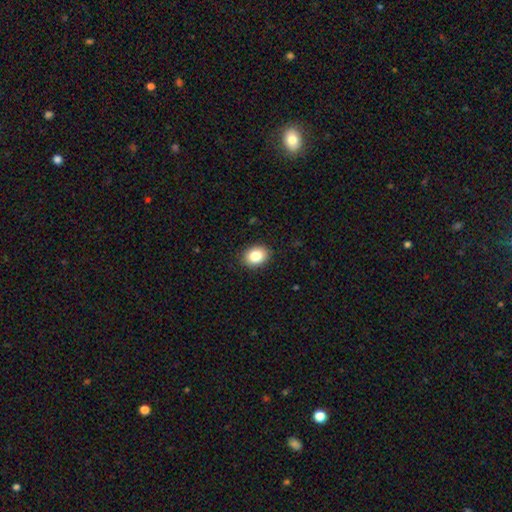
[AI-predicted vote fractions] smooth-or-featured: smooth: 85% | star or artifact: 9% | featured or disk: 6%
  how-rounded: in between: 56% | round: 43% | cigar-shaped: 1%
  merging: none: 90% | minor disturbance: 8% | major disturbance: 2% | merger: 1%